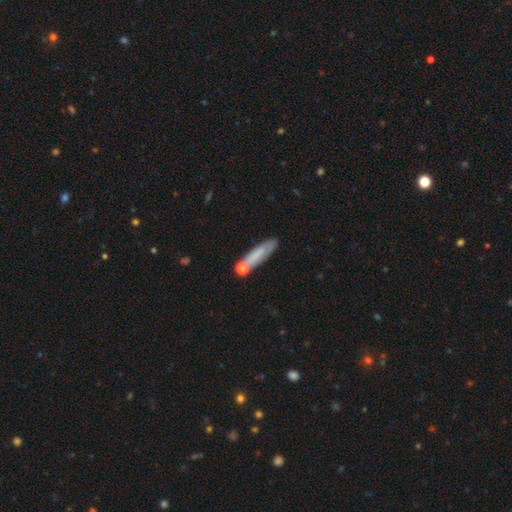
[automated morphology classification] smooth_or_featured: smooth (p=0.67) [alt: featured or disk p=0.25]
how_rounded: cigar-shaped (p=0.74) [alt: in between p=0.24]
merging: none (p=0.63) [alt: minor disturbance p=0.16]